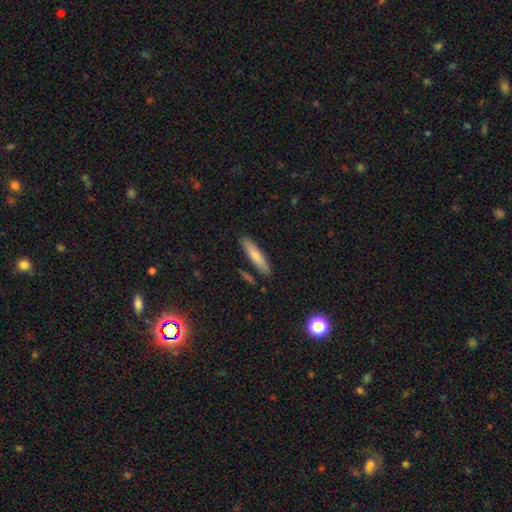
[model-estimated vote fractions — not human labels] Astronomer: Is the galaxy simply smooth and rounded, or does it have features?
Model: smooth — 76%.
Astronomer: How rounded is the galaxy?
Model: cigar-shaped — 82%.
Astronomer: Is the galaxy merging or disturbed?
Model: none — 86%.